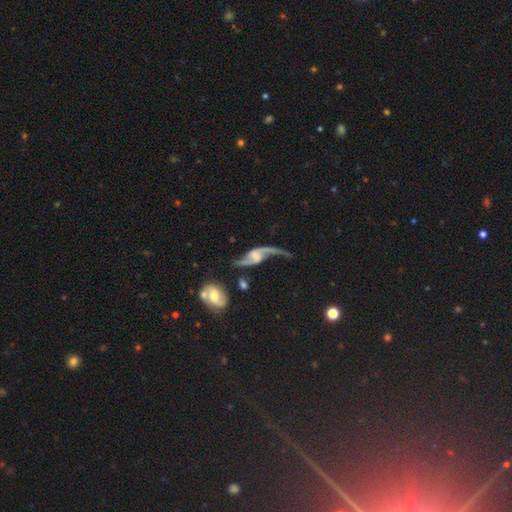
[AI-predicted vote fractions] Smooth or featured: featured or disk — 89% (smooth — 6%)
Edge-on disk: no — 94% (yes — 6%)
Bar: weak — 43% (no — 38%)
Spiral arms: yes — 96% (no — 4%)
Spiral winding: loose — 87% (medium — 10%)
Spiral arm count: 2 — 93% (1 — 3%)
Bulge size: none — 49% (small — 23%)
Merging: none — 55% (minor disturbance — 19%)